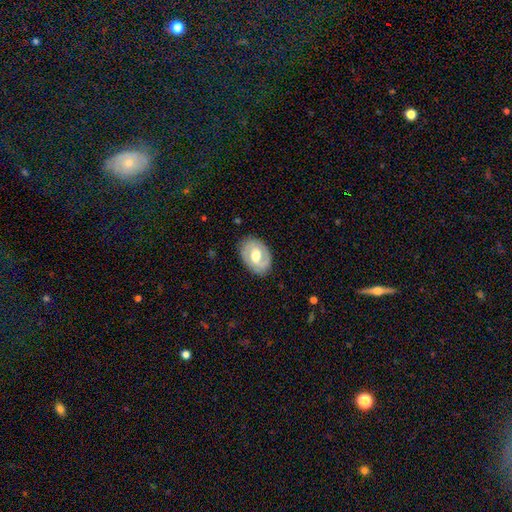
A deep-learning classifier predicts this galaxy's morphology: Smooth or featured: featured or disk — 63% (smooth — 32%)
Edge-on disk: no — 95% (yes — 5%)
Bar: no — 45% (weak — 42%)
Spiral arms: yes — 65% (no — 35%)
Bulge size: moderate — 63% (large — 26%)
Merging: none — 82% (minor disturbance — 13%)